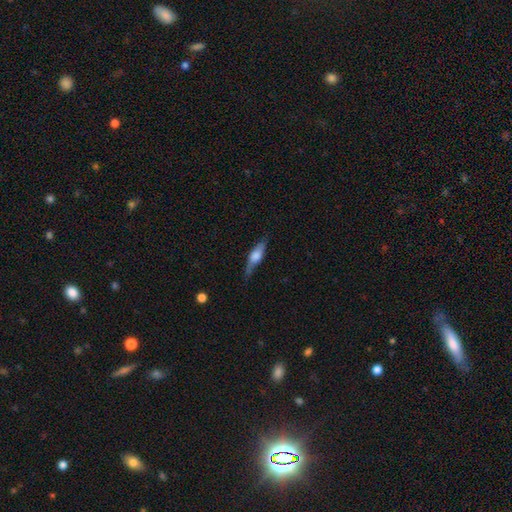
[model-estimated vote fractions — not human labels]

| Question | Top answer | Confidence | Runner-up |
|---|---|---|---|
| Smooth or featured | featured or disk | 47% | tied: smooth (47%) |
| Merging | none | 69% | minor disturbance (23%) |